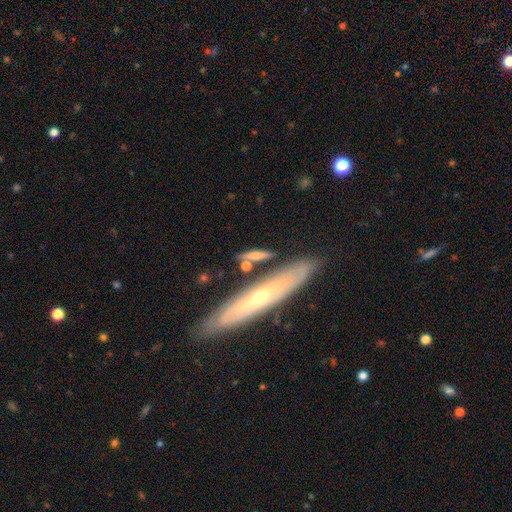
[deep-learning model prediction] Morphology: type=smooth (55%); roundness=cigar-shaped (69%); merging=none (71%).